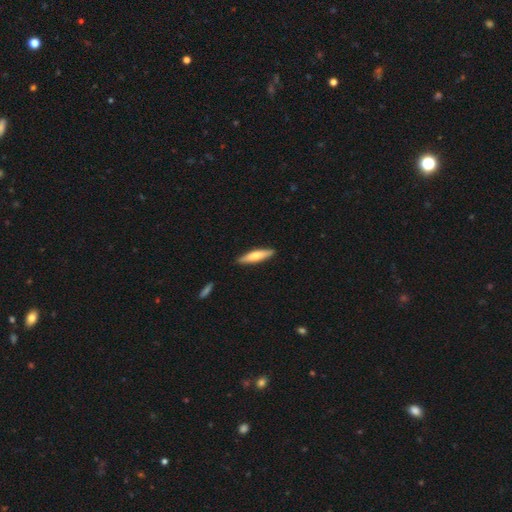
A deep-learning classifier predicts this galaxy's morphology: The model was most divided on "smooth or featured": smooth: 63%, featured or disk: 32%, star or artifact: 5%. More confident: merging — none (89%); how rounded — cigar-shaped (79%).